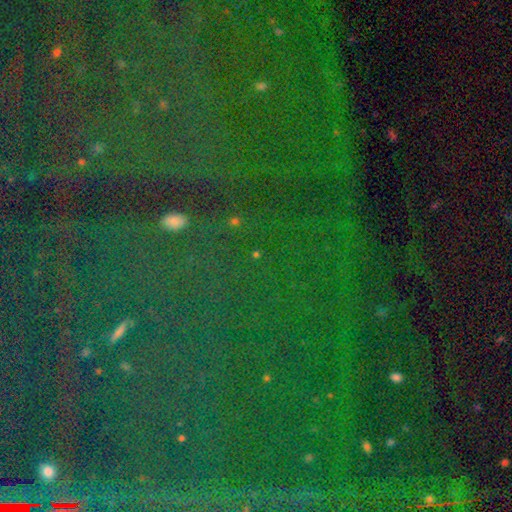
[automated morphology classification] The model was most divided on "smooth or featured": star or artifact: 82%, smooth: 11%, featured or disk: 7%.